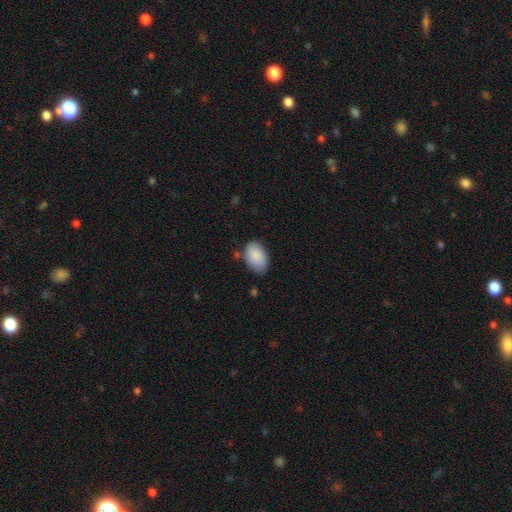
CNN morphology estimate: Smooth or featured? Predicted: smooth (p=0.88). How rounded? Predicted: in between (p=0.92). Merging? Predicted: none (p=0.68).